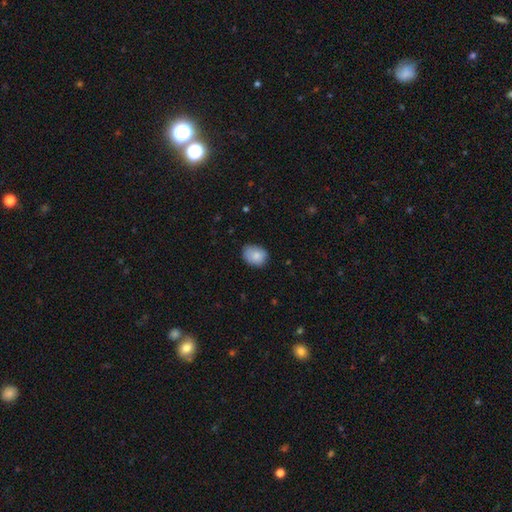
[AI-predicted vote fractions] Smooth or featured? Predicted: smooth (p=0.84). How rounded? Predicted: in between (p=0.64). Merging? Predicted: none (p=0.67).